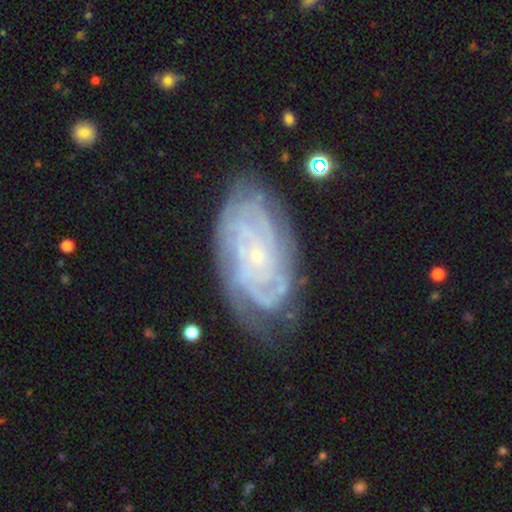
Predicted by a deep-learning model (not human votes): smooth_or_featured: featured or disk (p=0.86) [alt: smooth p=0.08]
disk_edge_on: no (p=0.96) [alt: yes p=0.04]
bar: no (p=0.76) [alt: weak p=0.19]
has_spiral_arms: yes (p=0.96) [alt: no p=0.04]
spiral_winding: tight (p=0.78) [alt: medium p=0.19]
spiral_arm_count: can't tell (p=0.30) [alt: 4 p=0.24]
bulge_size: small (p=0.85) [alt: moderate p=0.10]
merging: none (p=0.73) [alt: minor disturbance p=0.19]